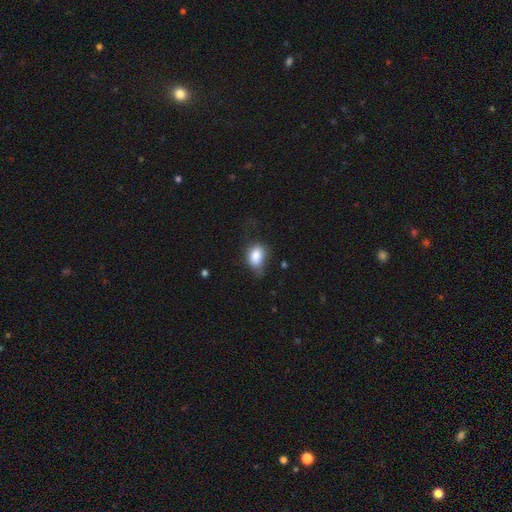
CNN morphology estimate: Overall: smooth (84%). How rounded: in between (73%). Merging: none (43%; minor disturbance 38%).